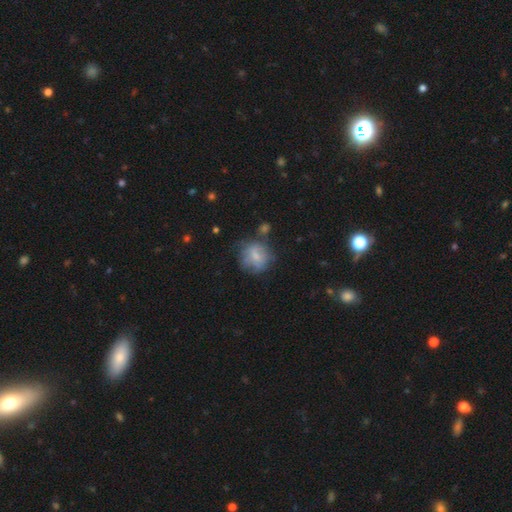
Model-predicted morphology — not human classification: Q: Smooth or featured?
A: smooth (61%); runner-up: featured or disk (29%)
Q: How rounded?
A: round (77%); runner-up: in between (21%)
Q: Merging?
A: none (52%); runner-up: minor disturbance (25%)